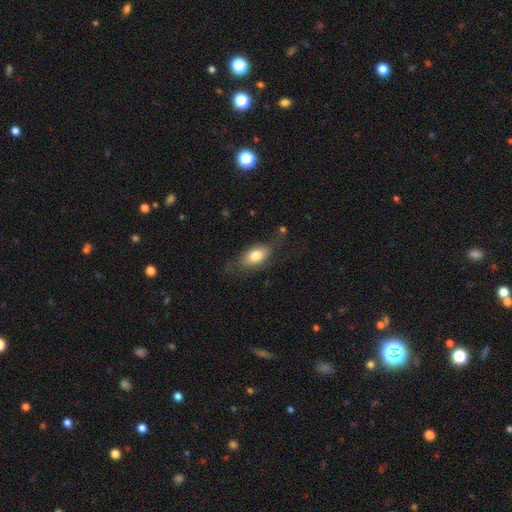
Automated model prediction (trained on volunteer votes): Q: Smooth or featured?
A: smooth (75%); runner-up: featured or disk (18%)
Q: How rounded?
A: in between (86%); runner-up: round (7%)
Q: Merging?
A: none (66%); runner-up: minor disturbance (23%)